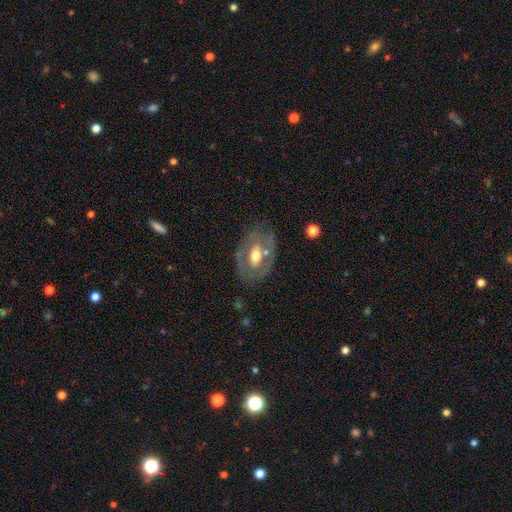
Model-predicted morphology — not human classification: A featured or disk galaxy (62%) with no bar (55%), no spiral arms (72%) and a moderate central bulge (68%). Merging: none (64%).